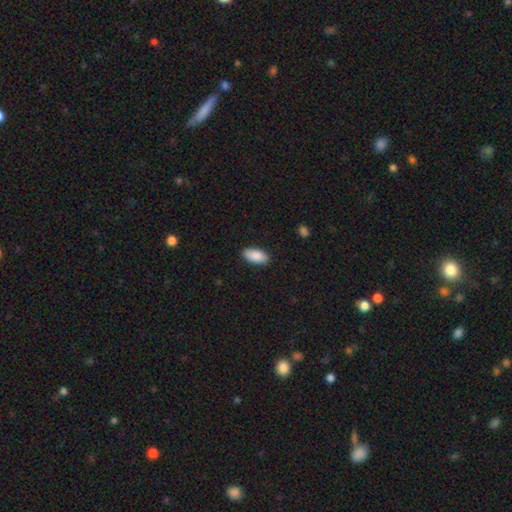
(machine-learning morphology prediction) Smooth or featured: smooth — 88% (featured or disk — 6%)
How rounded: in between — 92% (cigar-shaped — 5%)
Merging: none — 87% (minor disturbance — 10%)